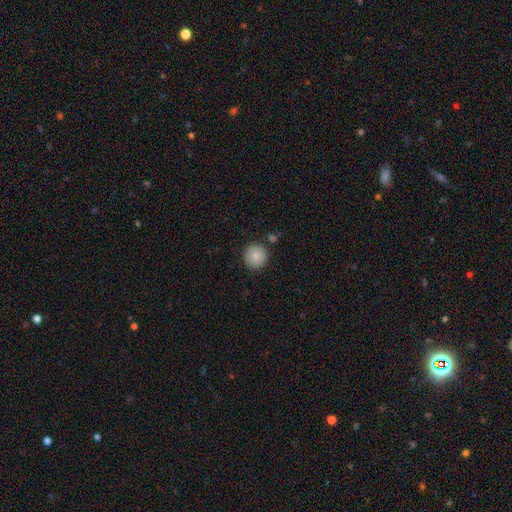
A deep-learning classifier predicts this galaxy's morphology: Smooth or featured?
  - smooth: 86% *
  - star or artifact: 8%
  - featured or disk: 6%
How rounded?
  - round: 94% *
  - in between: 5%
  - cigar-shaped: 1%
Merging?
  - none: 87% *
  - minor disturbance: 8%
  - merger: 3%
  - major disturbance: 2%